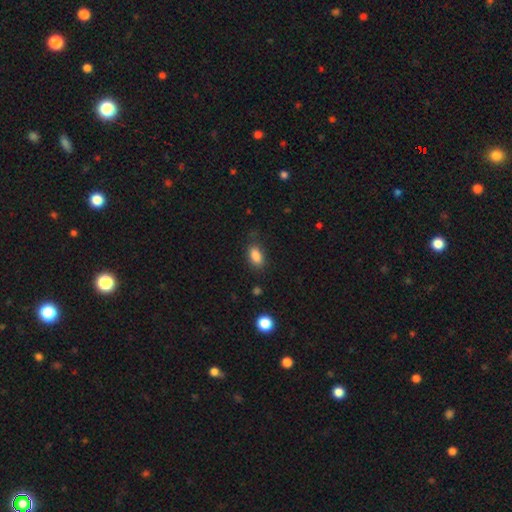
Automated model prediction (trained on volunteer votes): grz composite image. It shows a smooth galaxy with no disk features (86%) that is in between round and cigar-shaped (89%). Merging: none (76%).